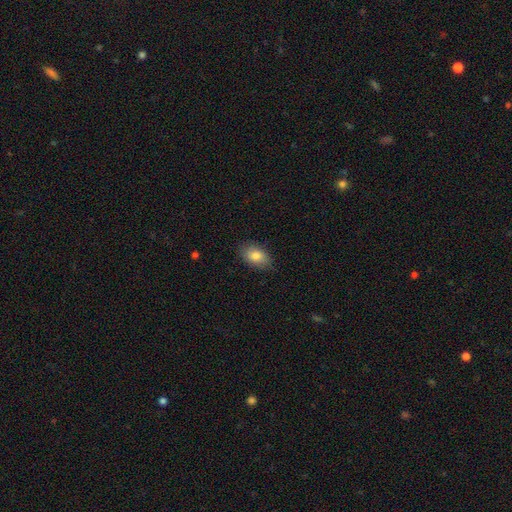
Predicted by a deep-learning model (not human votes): Smooth or featured? smooth (82%)
How rounded? in between (88%)
Merging? none (81%)